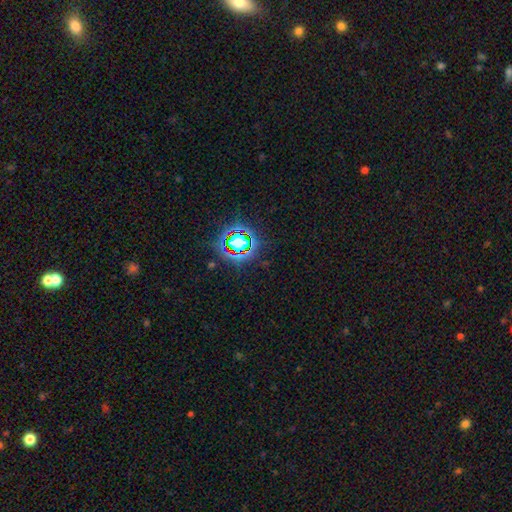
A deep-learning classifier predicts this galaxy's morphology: The model was most divided on "smooth or featured": star or artifact: 79%, smooth: 12%, featured or disk: 8%.